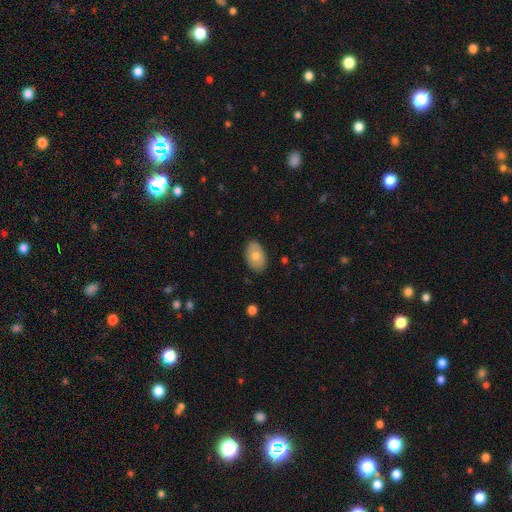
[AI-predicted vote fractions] A smooth galaxy with no disk features (73%) that is in between round and cigar-shaped (90%). Merging: none (85%).